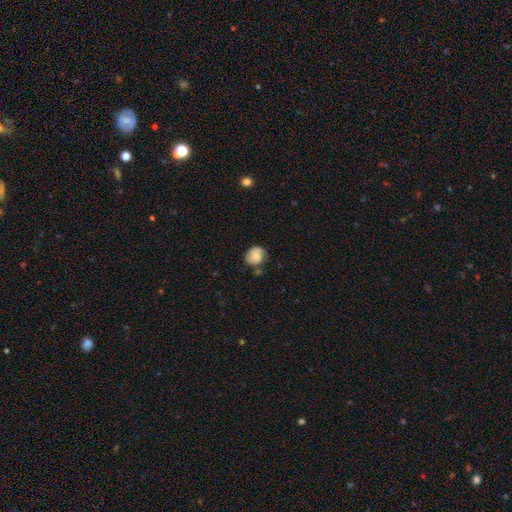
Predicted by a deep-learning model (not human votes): A smooth galaxy with no disk features (64%) that is round (69%).

Vote fractions:
- Smooth or featured? smooth: 64% / featured or disk: 28% / star or artifact: 8%
- How rounded? round: 69% / in between: 30% / cigar-shaped: 1%
- Merging? none: 61% / minor disturbance: 26% / major disturbance: 7% / merger: 6%